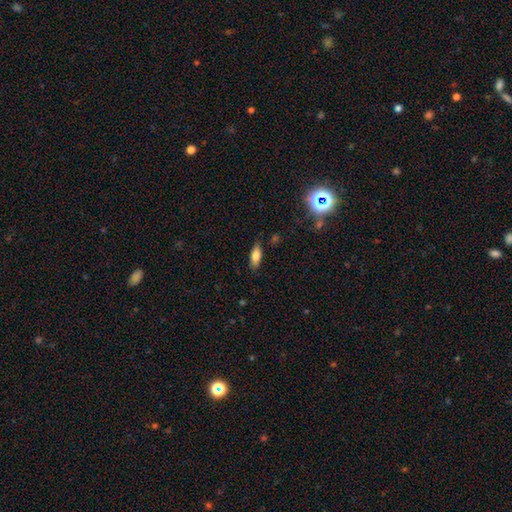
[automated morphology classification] This is likely a smooth galaxy (74%). How rounded: likely in between (71%). Merging: clearly none (81%).